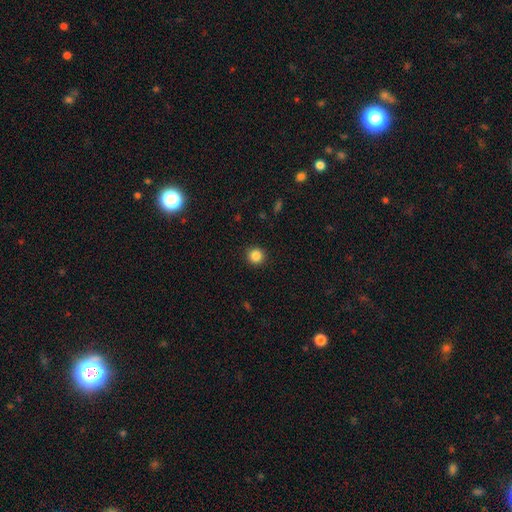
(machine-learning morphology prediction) Smooth or featured? smooth (85%)
How rounded? round (94%)
Merging? none (92%)